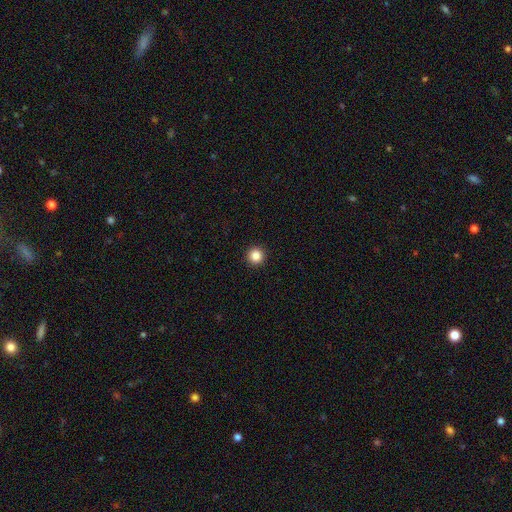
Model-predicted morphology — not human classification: Smooth or featured: smooth — 86% (star or artifact — 11%)
How rounded: round — 96% (in between — 3%)
Merging: none — 94% (minor disturbance — 4%)